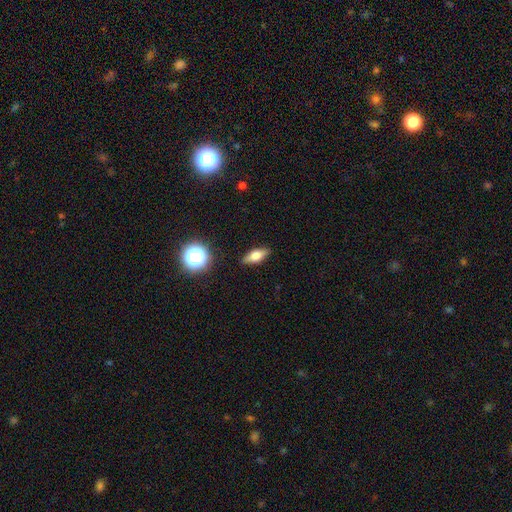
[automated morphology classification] A smooth galaxy with no disk features (61%) that is in between round and cigar-shaped (66%). Merging: none (86%).